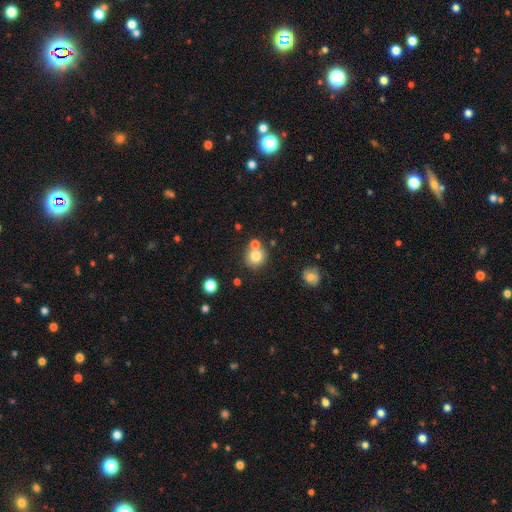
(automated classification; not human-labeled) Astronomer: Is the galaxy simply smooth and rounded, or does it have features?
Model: smooth — 78%.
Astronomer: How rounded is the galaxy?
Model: round — 88%.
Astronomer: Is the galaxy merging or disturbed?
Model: none — 63%.